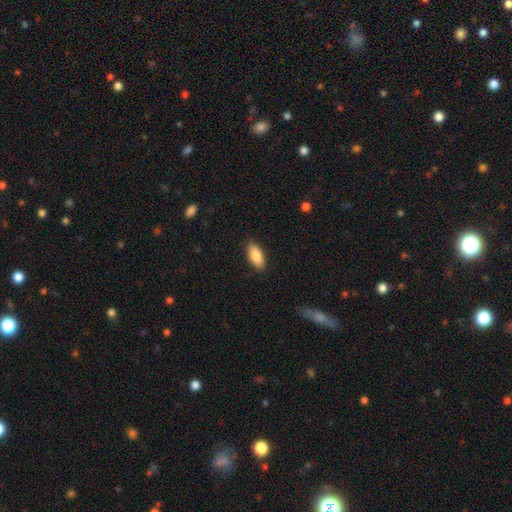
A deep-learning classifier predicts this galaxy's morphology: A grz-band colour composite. It shows a smooth galaxy with no disk features (85%) that is in between round and cigar-shaped (86%). Merging: none (88%).